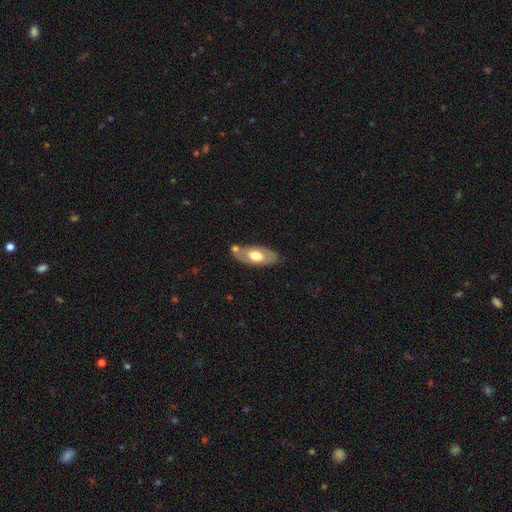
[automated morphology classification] This appears to be a smooth galaxy with no disk features (50%) that is in between round and cigar-shaped (86%). Merging: none (65%).